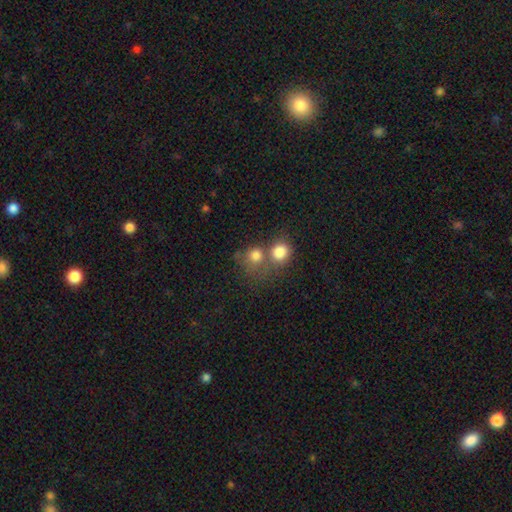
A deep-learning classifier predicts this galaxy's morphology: Q: Smooth or featured?
A: smooth (78%); runner-up: star or artifact (12%)
Q: How rounded?
A: round (81%); runner-up: in between (18%)
Q: Merging?
A: merger (48%); runner-up: none (40%)